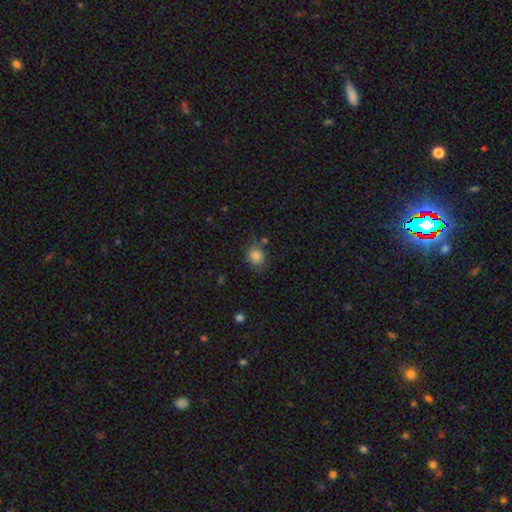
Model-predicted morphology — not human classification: This is clearly a smooth galaxy (85%). How rounded: likely round (67%). Merging: likely none (74%).